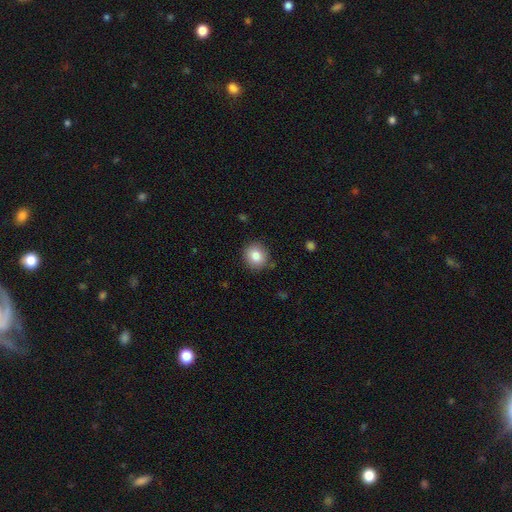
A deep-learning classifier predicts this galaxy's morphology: This appears to be a smooth galaxy with no disk features (81%) that is round (87%). Merging: none (87%).